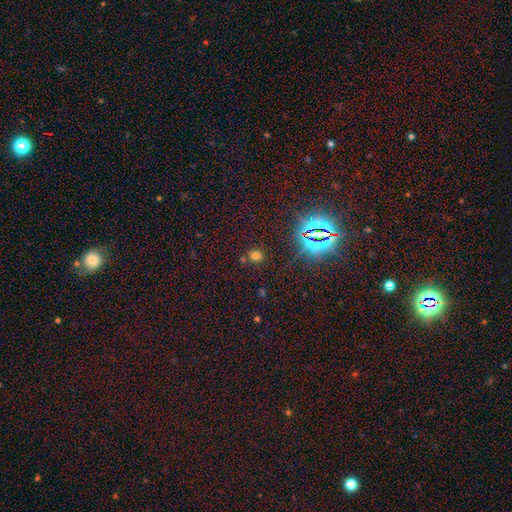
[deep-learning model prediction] This is possibly a smooth galaxy (58%). How rounded: likely round (73%). Merging: likely none (78%).